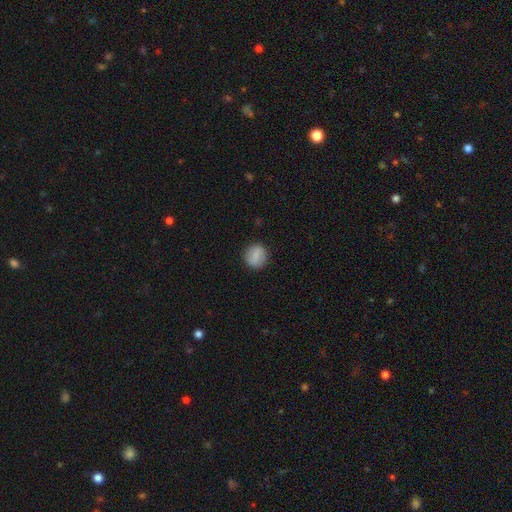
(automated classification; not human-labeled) This is clearly a smooth galaxy (80%). How rounded: clearly round (87%). Merging: clearly none (89%).